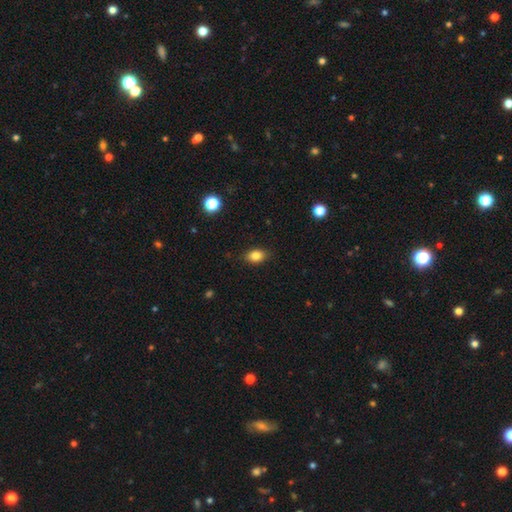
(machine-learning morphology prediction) type=smooth (84%); roundness=in between (81%); merging=none (86%).